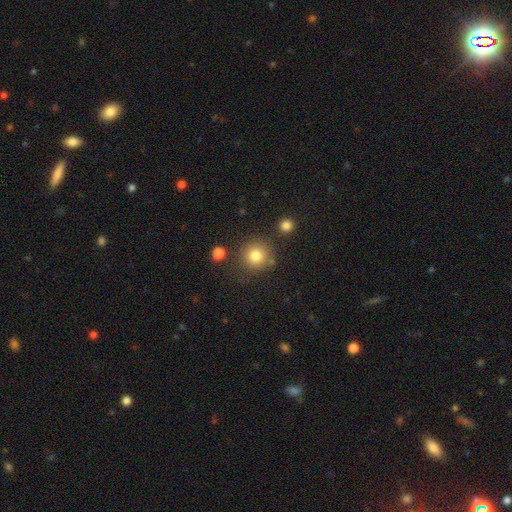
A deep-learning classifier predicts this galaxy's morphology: Overall: smooth (82%). How rounded: round (92%). Merging: none (79%).